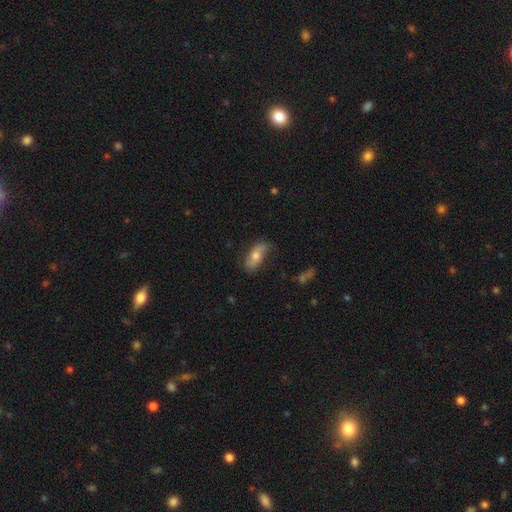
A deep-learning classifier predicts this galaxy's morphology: type=smooth (57%); roundness=in between (83%); merging=none (65%).